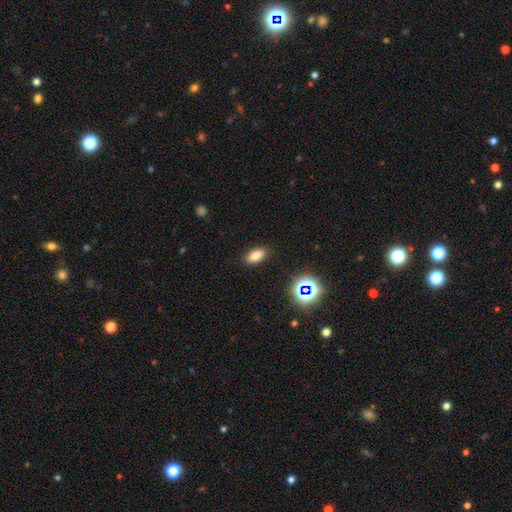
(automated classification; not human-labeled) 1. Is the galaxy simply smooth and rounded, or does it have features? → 77% smooth, 14% star or artifact, 9% featured or disk.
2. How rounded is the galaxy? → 86% in between, 8% cigar-shaped, 6% round.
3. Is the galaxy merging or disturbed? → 88% none, 8% minor disturbance, 2% major disturbance, 1% merger.